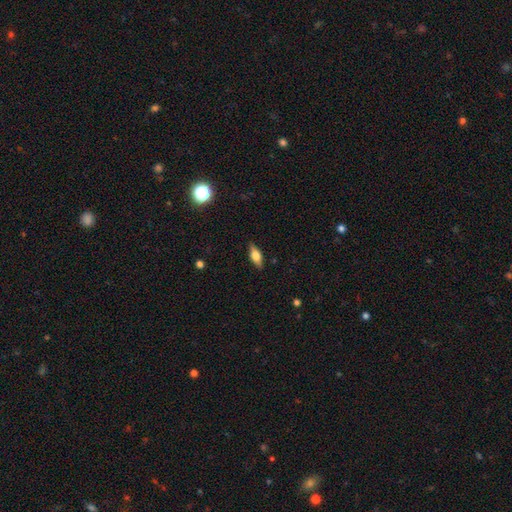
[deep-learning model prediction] smooth_or_featured: smooth (p=0.58) [alt: featured or disk p=0.35]
how_rounded: in between (p=0.71) [alt: cigar-shaped p=0.26]
merging: none (p=0.87) [alt: minor disturbance p=0.10]